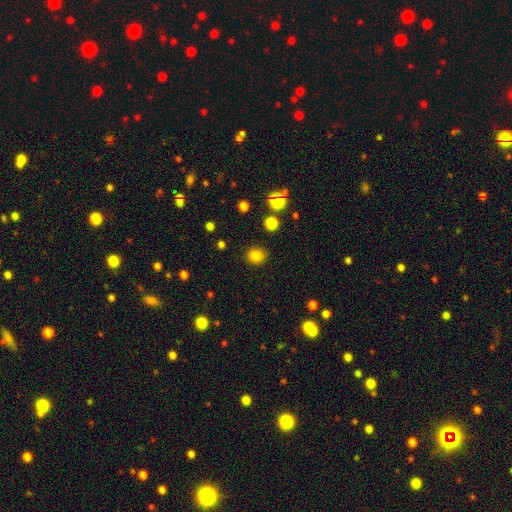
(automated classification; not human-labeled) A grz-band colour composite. It shows a smooth galaxy with no disk features (82%) that is round (74%). Merging: none (87%).